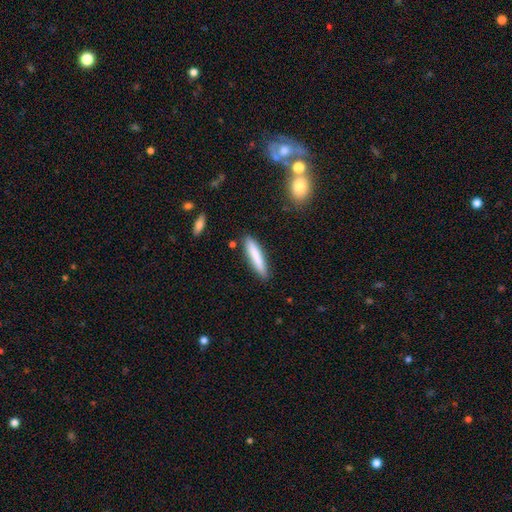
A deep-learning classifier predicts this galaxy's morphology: The model was most divided on "smooth or featured": smooth: 80%, featured or disk: 14%, star or artifact: 6%. More confident: how rounded — cigar-shaped (88%); merging — none (86%).